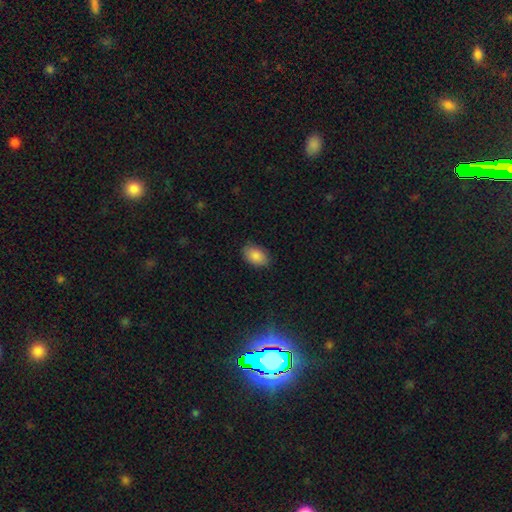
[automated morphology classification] smooth_or_featured: smooth (p=0.87) [alt: star or artifact p=0.07]
how_rounded: in between (p=0.87) [alt: round p=0.12]
merging: none (p=0.83) [alt: minor disturbance p=0.13]